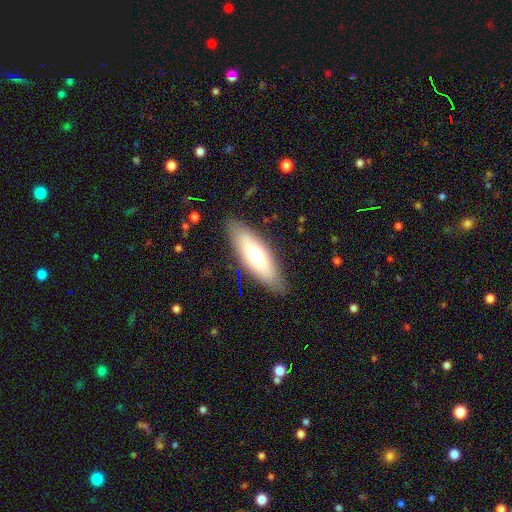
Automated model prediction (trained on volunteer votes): This appears to be a smooth galaxy with no disk features (66%) that is in between round and cigar-shaped (56%). Merging: none (85%).